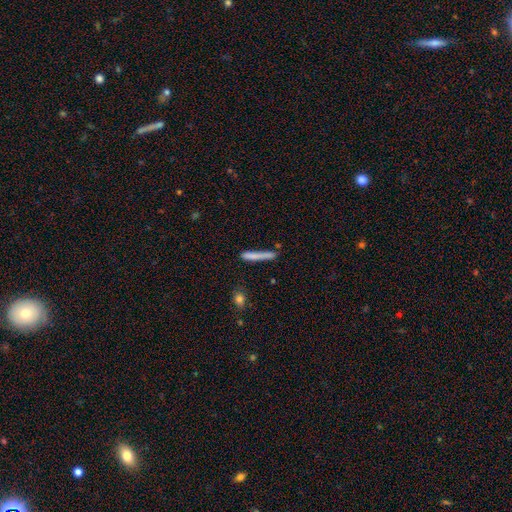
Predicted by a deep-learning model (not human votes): smooth-or-featured: smooth: 73% | featured or disk: 19% | star or artifact: 8%
  how-rounded: cigar-shaped: 95% | in between: 4% | round: 2%
  merging: none: 71% | minor disturbance: 17% | merger: 6% | major disturbance: 6%